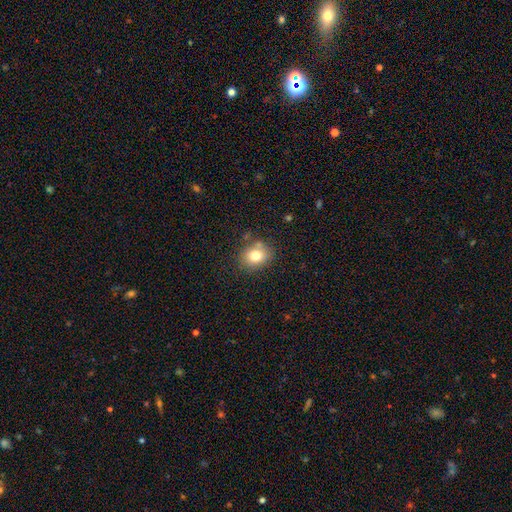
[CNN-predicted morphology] Smooth or featured? smooth (77%)
How rounded? round (57%)
Merging? none (74%)